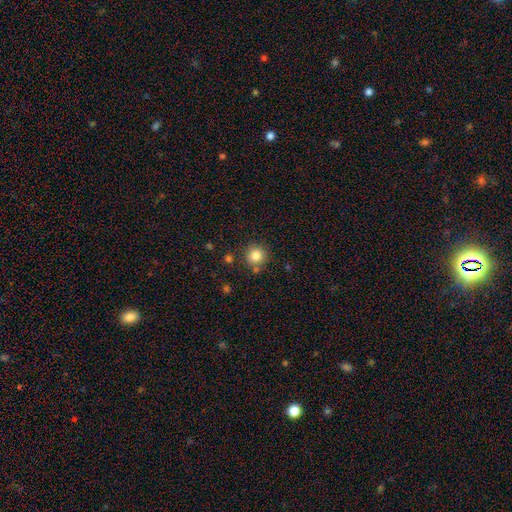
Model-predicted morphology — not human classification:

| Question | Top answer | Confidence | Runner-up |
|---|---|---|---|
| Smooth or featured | smooth | 83% | star or artifact (11%) |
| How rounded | round | 93% | in between (6%) |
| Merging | none | 80% | minor disturbance (10%) |